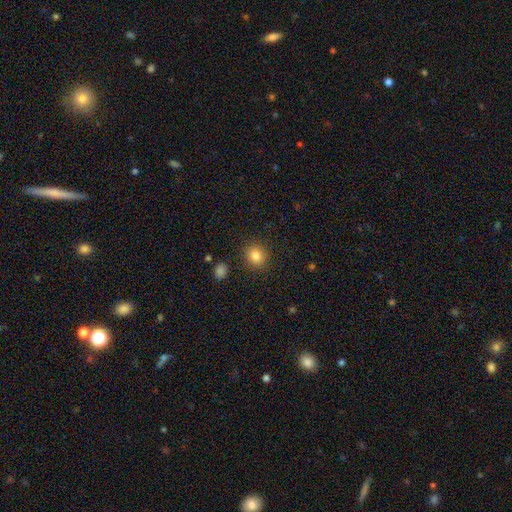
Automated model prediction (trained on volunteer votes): Smooth or featured? smooth (84%)
How rounded? round (75%)
Merging? none (88%)